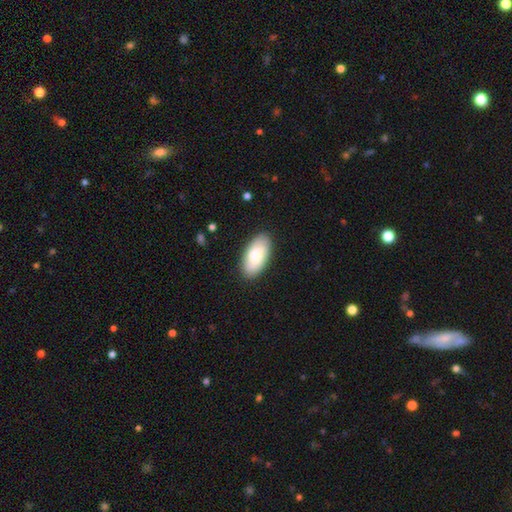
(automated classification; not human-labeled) Smooth or featured?
  - smooth: 76% *
  - featured or disk: 19%
  - star or artifact: 6%
How rounded?
  - in between: 94% *
  - cigar-shaped: 4%
  - round: 2%
Merging?
  - none: 86% *
  - minor disturbance: 10%
  - major disturbance: 2%
  - merger: 1%